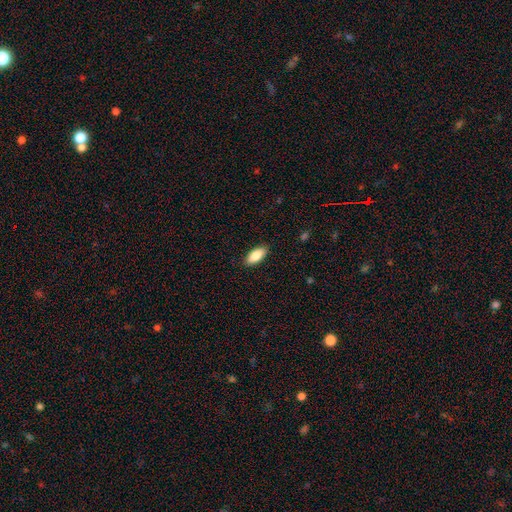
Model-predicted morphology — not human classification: smooth_or_featured: smooth (p=0.84) [alt: featured or disk p=0.10]
how_rounded: in between (p=0.87) [alt: cigar-shaped p=0.10]
merging: none (p=0.89) [alt: minor disturbance p=0.08]